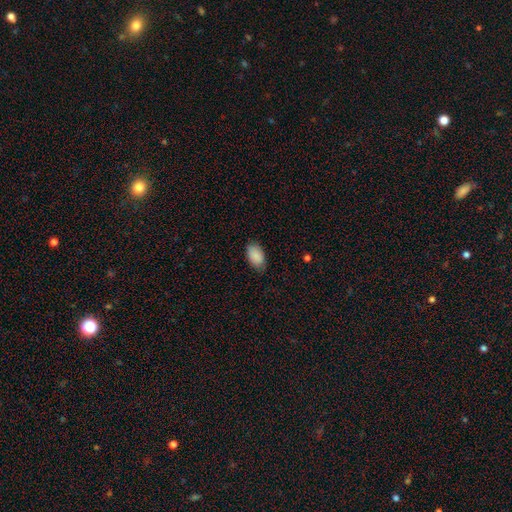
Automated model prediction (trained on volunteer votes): This appears to be a smooth galaxy with no disk features (89%) that is in between round and cigar-shaped (94%). Merging: none (79%).